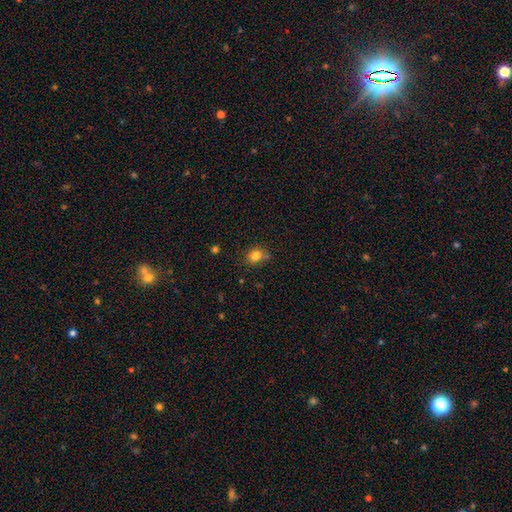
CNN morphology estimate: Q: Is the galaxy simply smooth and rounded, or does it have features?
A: smooth — 80%.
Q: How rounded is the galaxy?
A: round — 68%.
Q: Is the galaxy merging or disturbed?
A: none — 69%.